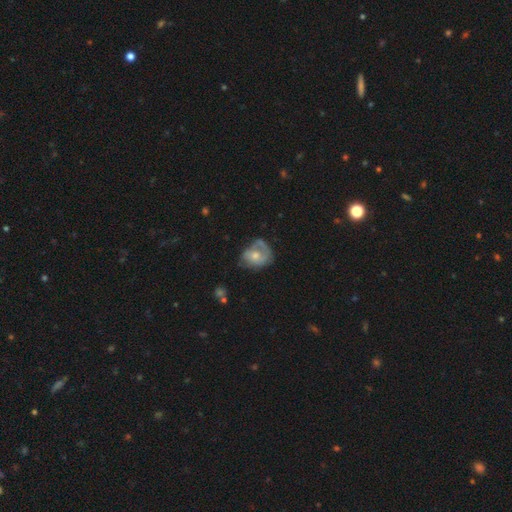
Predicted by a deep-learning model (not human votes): Smooth or featured: featured or disk — 48% (smooth — 45%)
Merging: none — 40% (minor disturbance — 30%)